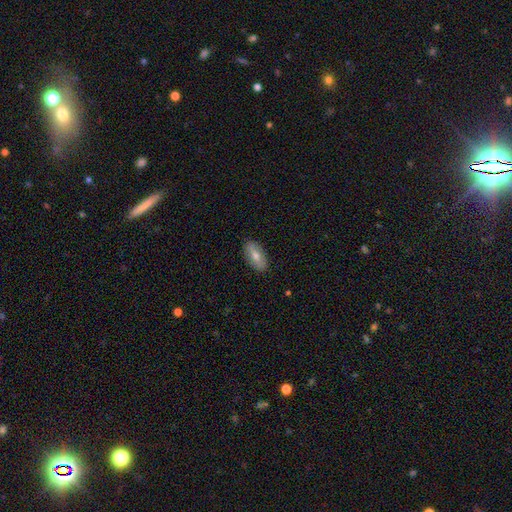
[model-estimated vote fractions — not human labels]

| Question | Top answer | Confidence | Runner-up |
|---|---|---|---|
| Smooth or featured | smooth | 58% | featured or disk (34%) |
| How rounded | in between | 89% | cigar-shaped (7%) |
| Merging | none | 88% | minor disturbance (9%) |